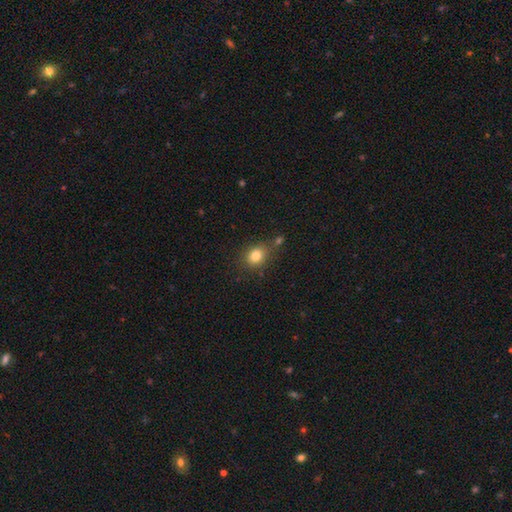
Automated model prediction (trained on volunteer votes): Smooth or featured? Predicted: smooth (p=0.81). How rounded? Predicted: round (p=0.59). Merging? Predicted: none (p=0.71).